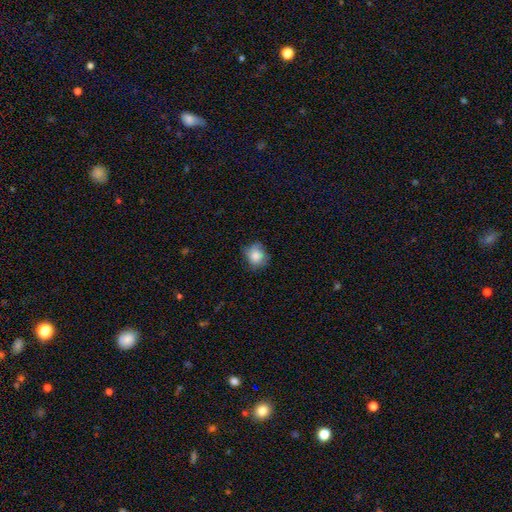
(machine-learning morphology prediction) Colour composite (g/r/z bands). It shows a smooth galaxy with no disk features (83%) that is round (71%). Merging: none (70%).